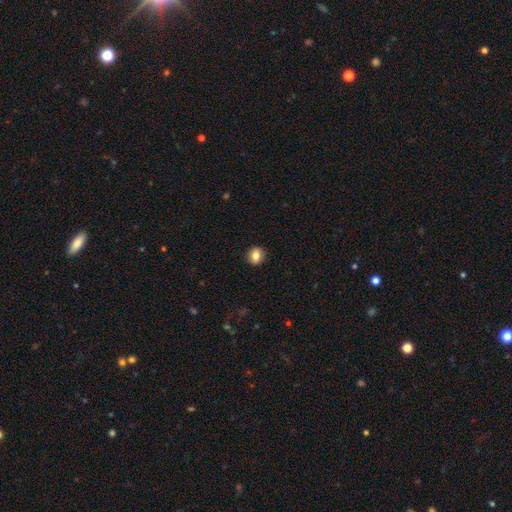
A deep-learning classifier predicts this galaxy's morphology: The model was most divided on "how rounded": round: 68%, in between: 31%, cigar-shaped: 1%. More confident: merging — none (90%); smooth or featured — smooth (81%).